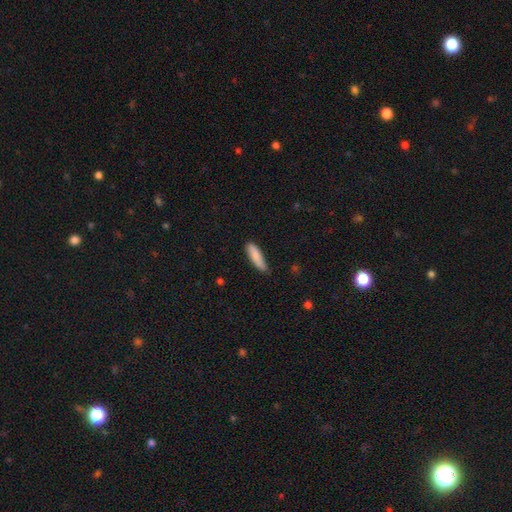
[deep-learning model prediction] smooth-or-featured: smooth: 84% | featured or disk: 10% | star or artifact: 6%
  how-rounded: cigar-shaped: 62% | in between: 36% | round: 2%
  merging: none: 67% | minor disturbance: 27% | major disturbance: 4% | merger: 2%